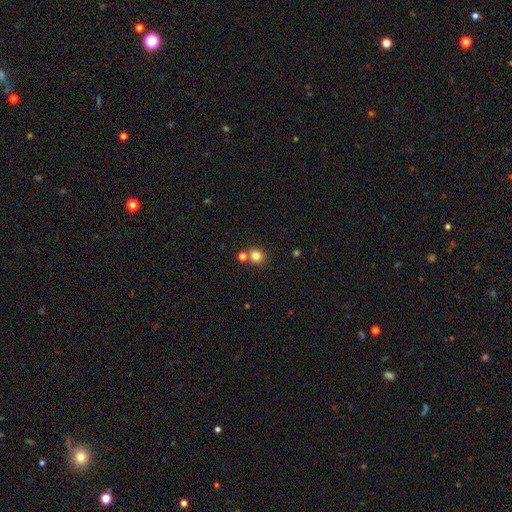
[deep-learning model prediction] Smooth or featured?
  - smooth: 81% *
  - star or artifact: 13%
  - featured or disk: 6%
How rounded?
  - round: 84% *
  - in between: 15%
  - cigar-shaped: 1%
Merging?
  - none: 70% *
  - merger: 20%
  - minor disturbance: 8%
  - major disturbance: 3%